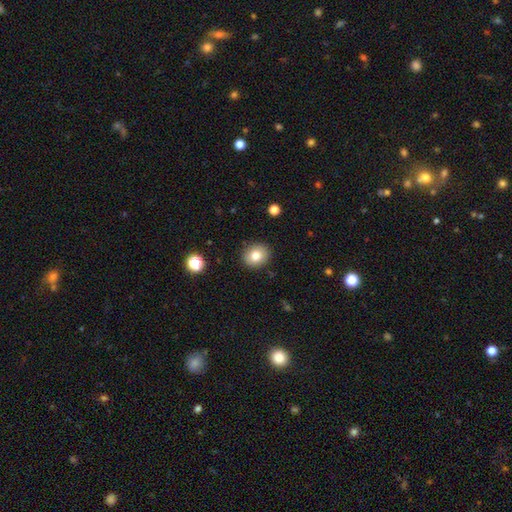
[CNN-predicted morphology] Smooth or featured: smooth — 78% (featured or disk — 11%)
How rounded: round — 72% (in between — 27%)
Merging: none — 89% (minor disturbance — 8%)